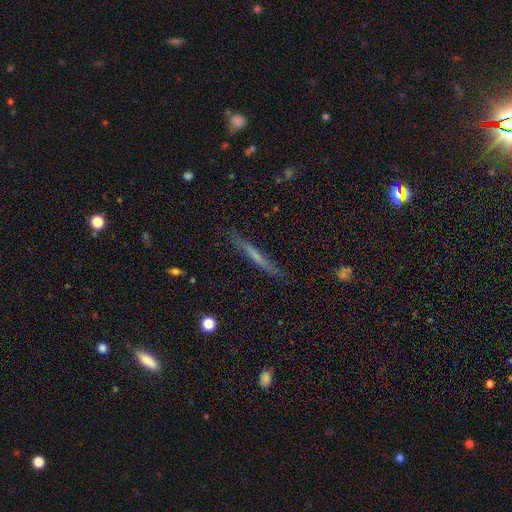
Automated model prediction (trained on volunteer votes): featured or disk 46% (tied), smooth 46% (tied), star or artifact 8%. Down the decision tree: merging — none (87%).